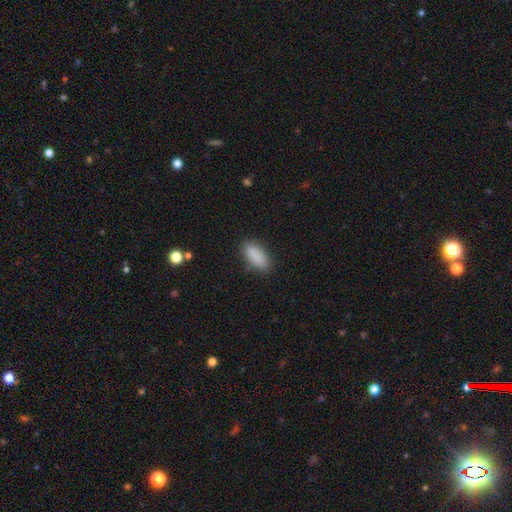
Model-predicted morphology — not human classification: smooth 88%, star or artifact 7%, featured or disk 5%. Down the decision tree: how rounded — in between (80%); merging — none (85%).